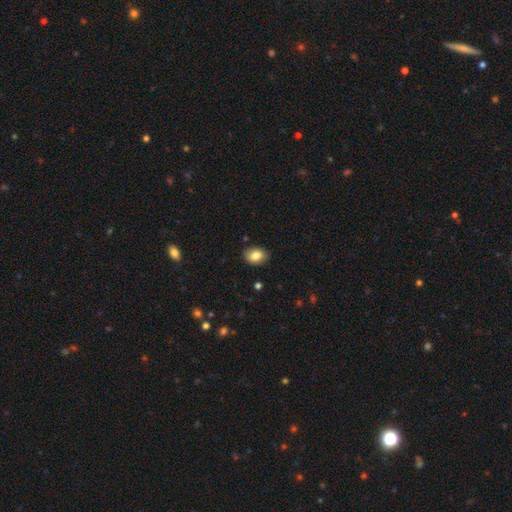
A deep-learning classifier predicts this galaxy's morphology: The model was most divided on "how rounded": in between: 76%, round: 23%, cigar-shaped: 1%. More confident: merging — none (87%); smooth or featured — smooth (84%).